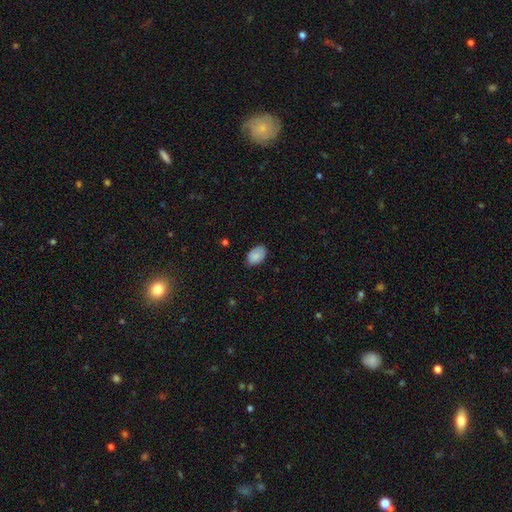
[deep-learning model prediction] A smooth galaxy with no disk features (86%) that is in between round and cigar-shaped (89%). Merging: none (76%).